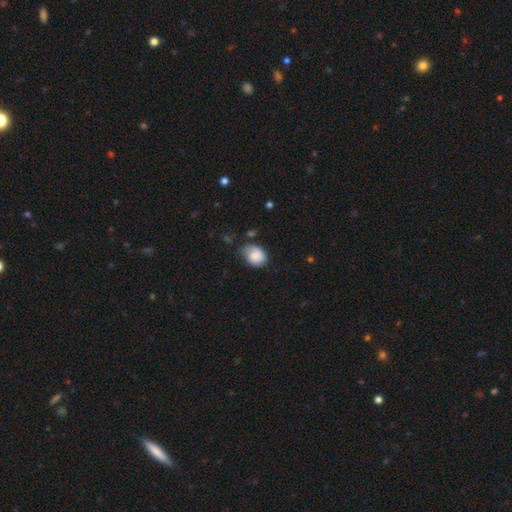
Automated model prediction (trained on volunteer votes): A smooth galaxy with no disk features (79%) that is in between round and cigar-shaped (58%). Merging: none (49%).